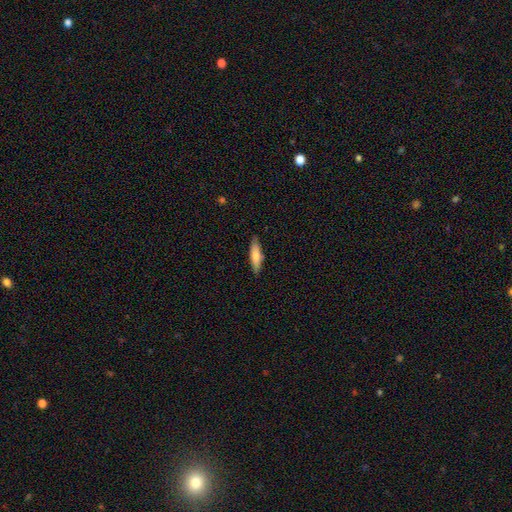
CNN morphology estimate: This appears to be a smooth galaxy with no disk features (74%) that is cigar-shaped (70%). Merging: none (86%).